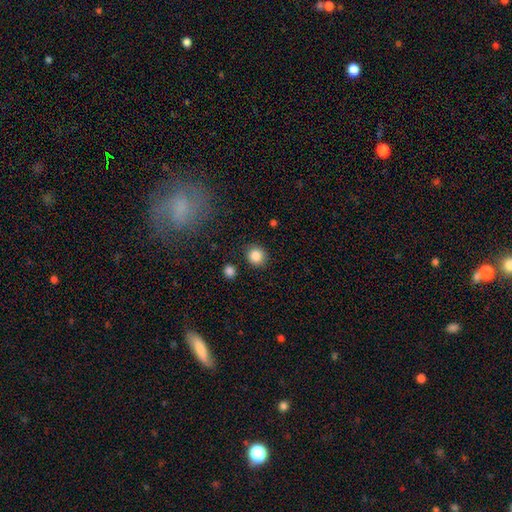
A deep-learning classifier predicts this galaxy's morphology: Q: Smooth or featured?
A: smooth (86%); runner-up: star or artifact (10%)
Q: How rounded?
A: round (88%); runner-up: in between (11%)
Q: Merging?
A: none (86%); runner-up: minor disturbance (8%)